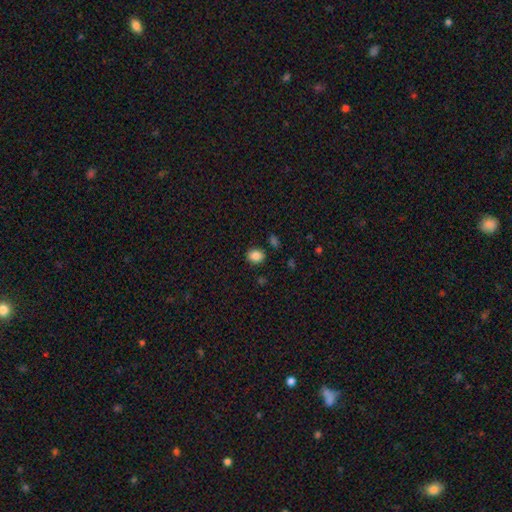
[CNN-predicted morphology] Smooth or featured? smooth (85%)
How rounded? round (57%)
Merging? none (86%)